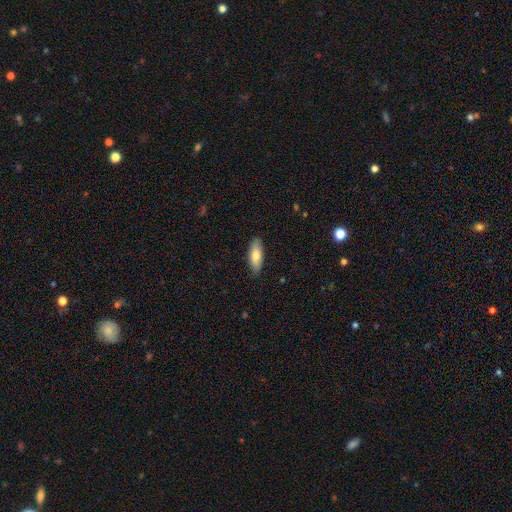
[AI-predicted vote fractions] smooth 78%, featured or disk 16%, star or artifact 6%. Down the decision tree: how rounded — in between (73%); merging — none (85%).